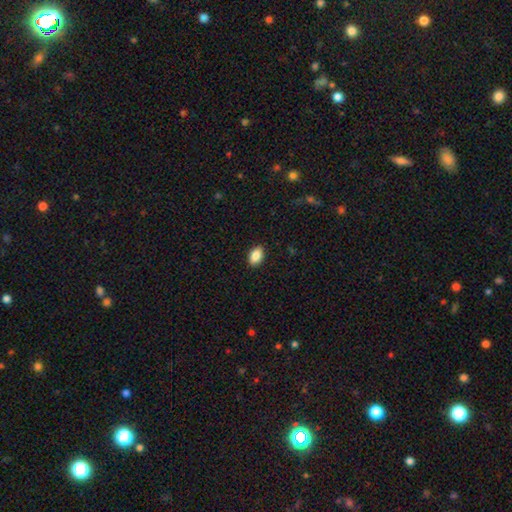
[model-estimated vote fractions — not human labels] smooth-or-featured: smooth: 87% | star or artifact: 7% | featured or disk: 6%
  how-rounded: in between: 90% | round: 8% | cigar-shaped: 2%
  merging: none: 89% | minor disturbance: 8% | major disturbance: 2% | merger: 1%